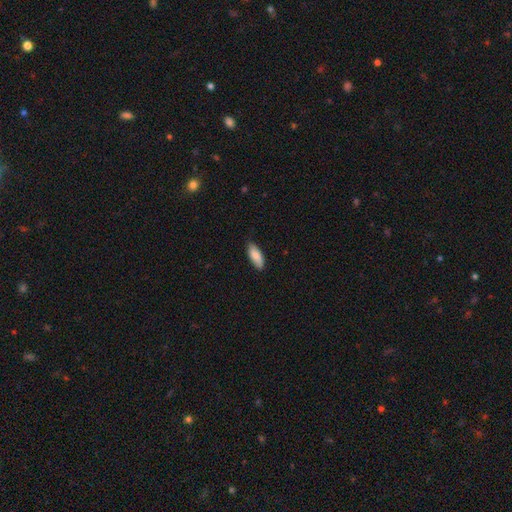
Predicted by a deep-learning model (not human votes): This appears to be a smooth galaxy with no disk features (87%) that is in between round and cigar-shaped (73%). Merging: none (84%).